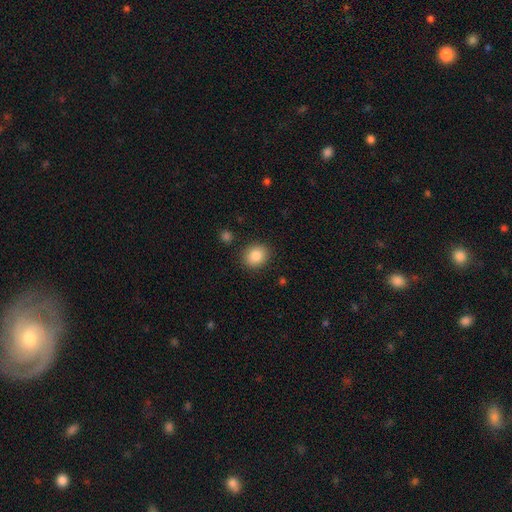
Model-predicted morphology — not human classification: smooth 85%, star or artifact 8%, featured or disk 6%. Down the decision tree: how rounded — round (66%); merging — none (87%).